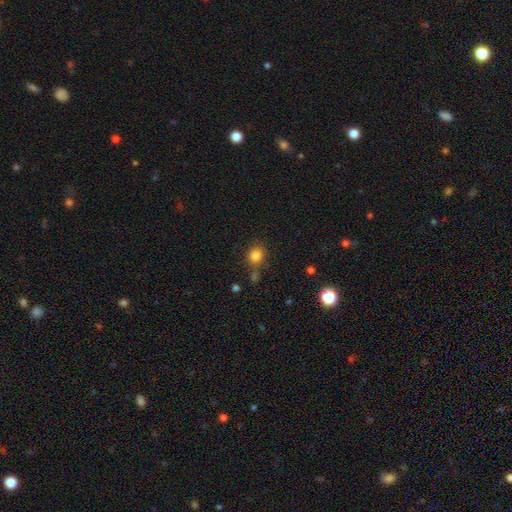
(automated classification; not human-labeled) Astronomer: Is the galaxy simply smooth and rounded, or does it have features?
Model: smooth — 82%.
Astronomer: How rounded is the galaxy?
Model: round — 79%.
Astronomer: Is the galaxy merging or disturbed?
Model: none — 75%.